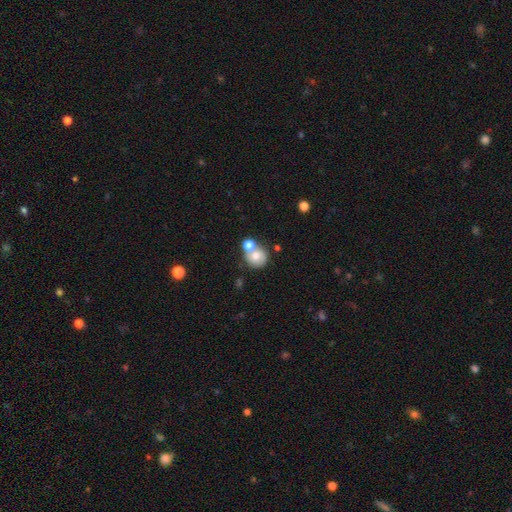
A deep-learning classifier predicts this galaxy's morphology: A smooth galaxy with no disk features (71%) that is round (84%). Merging: none (45%).